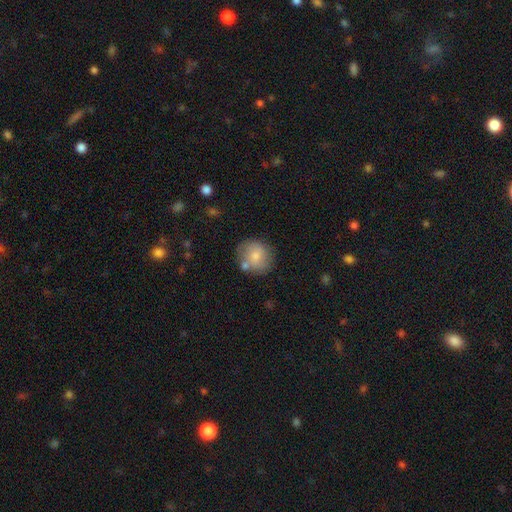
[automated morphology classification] A smooth galaxy with no disk features (73%) that is round (83%). Merging: none (67%).